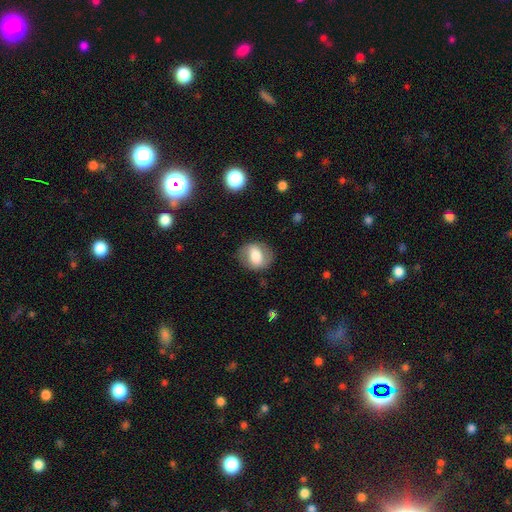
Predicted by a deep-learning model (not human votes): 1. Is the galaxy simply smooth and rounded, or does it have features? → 61% smooth, 31% featured or disk, 8% star or artifact.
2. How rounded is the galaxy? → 51% in between, 48% round, 2% cigar-shaped.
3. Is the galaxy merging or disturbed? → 80% none, 13% minor disturbance, 5% major disturbance, 1% merger.